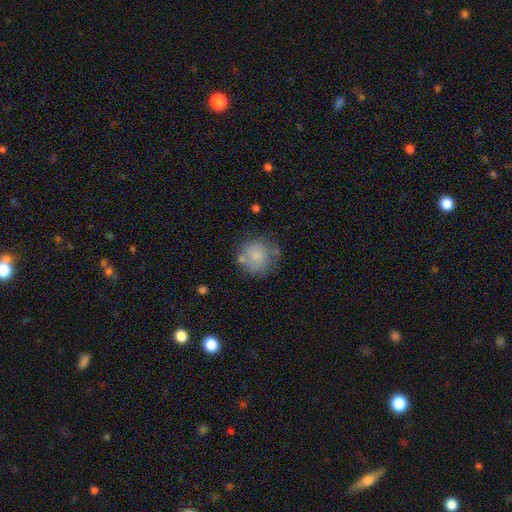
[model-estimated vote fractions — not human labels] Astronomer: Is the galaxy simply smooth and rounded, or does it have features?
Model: smooth — 74%.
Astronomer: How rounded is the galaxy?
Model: round — 89%.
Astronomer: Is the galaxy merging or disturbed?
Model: none — 59%.